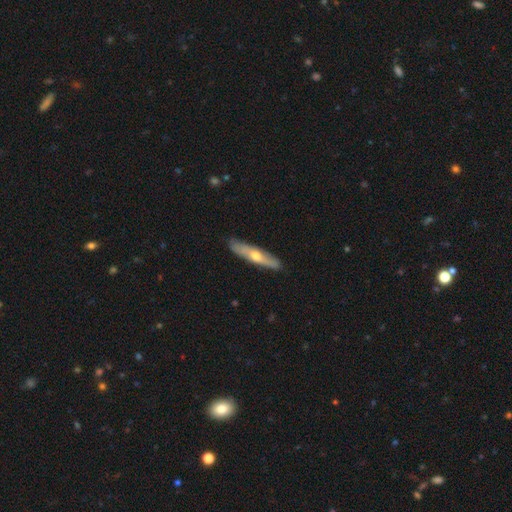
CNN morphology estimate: smooth-or-featured: featured or disk: 54% | smooth: 40% | star or artifact: 5%
  disk-edge-on: yes: 80% | no: 20%
  merging: none: 88% | minor disturbance: 10% | major disturbance: 2% | merger: 1%